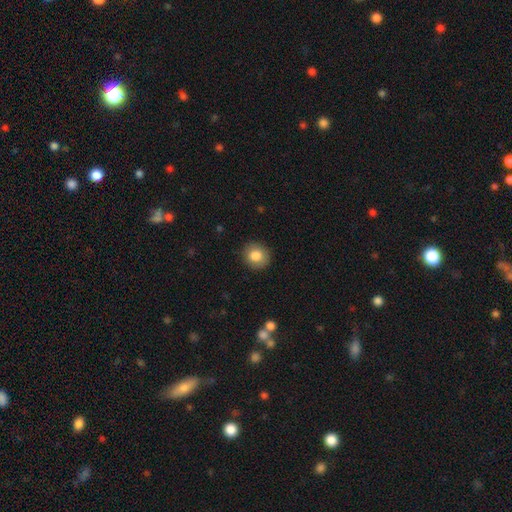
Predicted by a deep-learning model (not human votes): smooth-or-featured: smooth: 84% | star or artifact: 9% | featured or disk: 8%
  how-rounded: round: 86% | in between: 13% | cigar-shaped: 1%
  merging: none: 89% | minor disturbance: 8% | major disturbance: 2% | merger: 1%